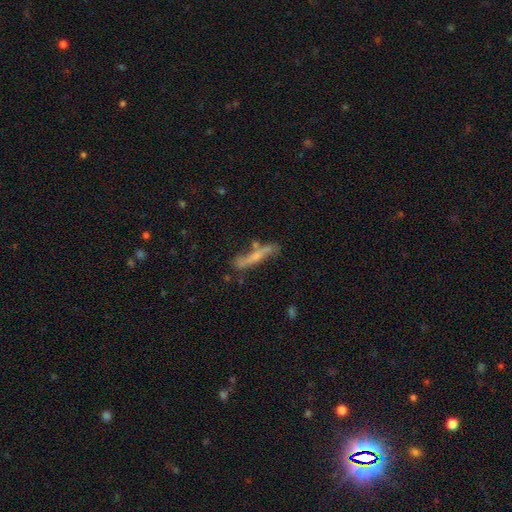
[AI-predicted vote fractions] Smooth or featured? Predicted: featured or disk (p=0.48). Merging? Predicted: none (p=0.61).